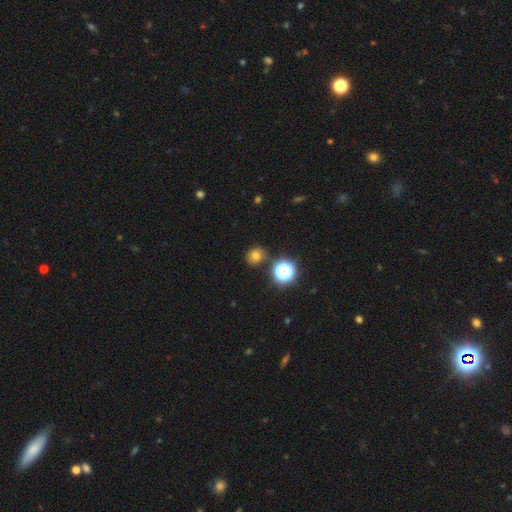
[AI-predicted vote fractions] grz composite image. It shows a smooth galaxy with no disk features (69%) that is round (82%). Merging: none (81%).